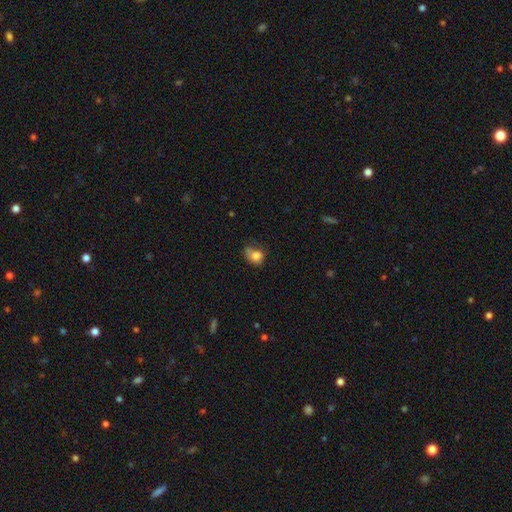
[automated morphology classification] A smooth galaxy with no disk features (80%) that is round (54%). Merging: none (38%).